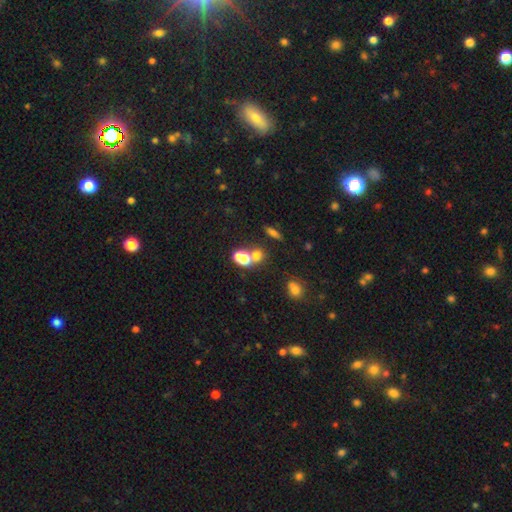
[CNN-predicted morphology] Overall: smooth (66%). How rounded: round (60%; in between 38%). Merging: merger (48%; none 39%).